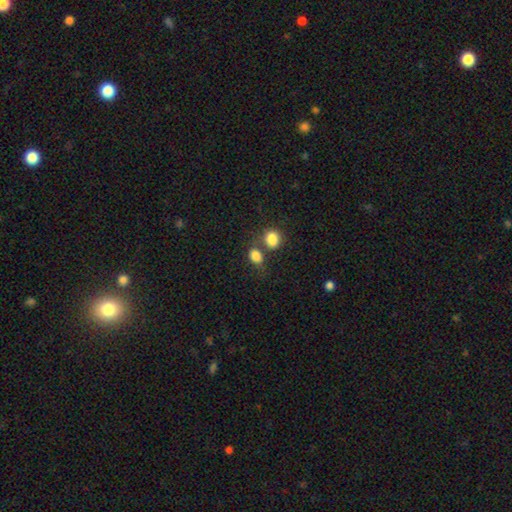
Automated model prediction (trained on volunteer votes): Smooth or featured? smooth (84%)
How rounded? in between (63%)
Merging? none (48%)